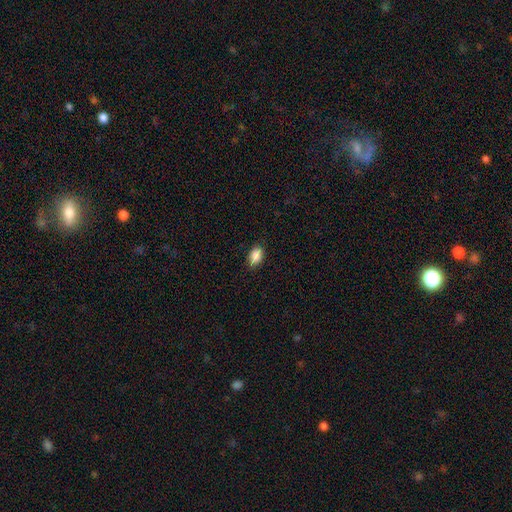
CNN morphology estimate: This is clearly a smooth galaxy (88%). How rounded: clearly in between (90%). Merging: clearly none (83%).